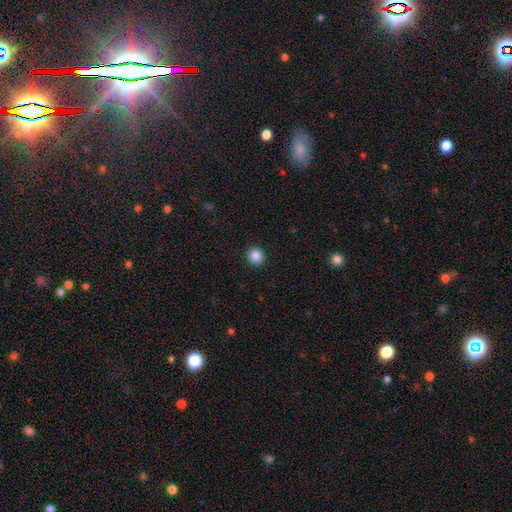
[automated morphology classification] smooth 87%, star or artifact 10%, featured or disk 3%. Down the decision tree: how rounded — round (94%); merging — none (92%).